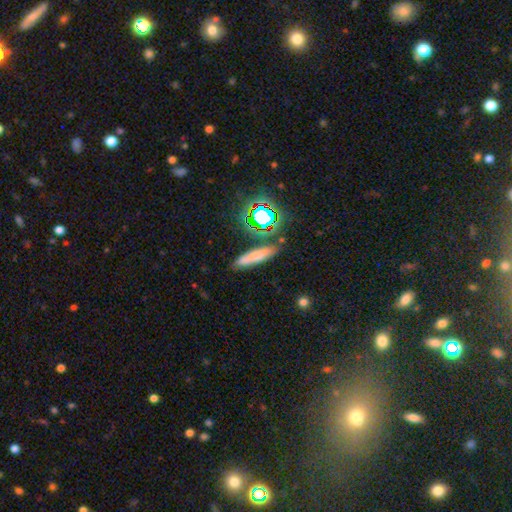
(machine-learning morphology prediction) This is likely a smooth galaxy (60%). How rounded: likely cigar-shaped (70%). Merging: likely none (75%).